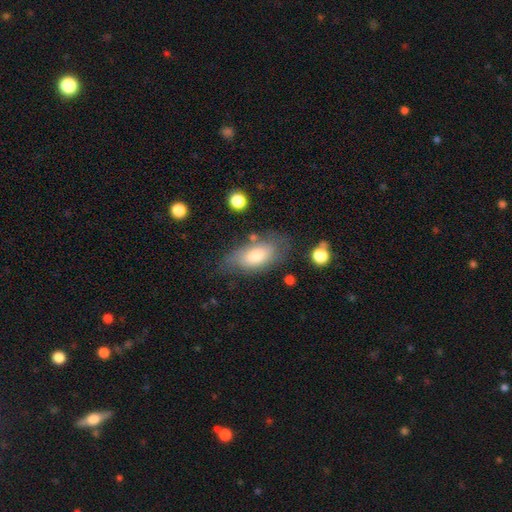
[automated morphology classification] smooth_or_featured: smooth (p=0.66) [alt: featured or disk p=0.27]
how_rounded: in between (p=0.90) [alt: cigar-shaped p=0.07]
merging: none (p=0.61) [alt: minor disturbance p=0.24]